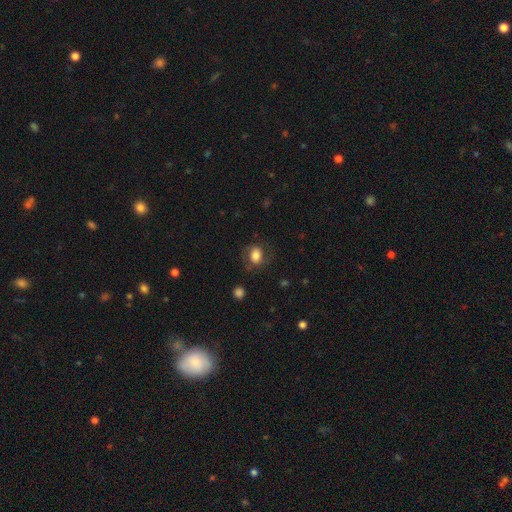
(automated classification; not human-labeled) This appears to be a smooth galaxy with no disk features (78%) that is in between round and cigar-shaped (57%). Merging: none (69%).